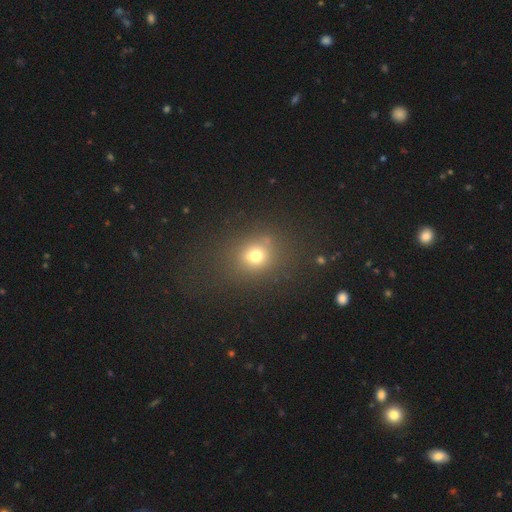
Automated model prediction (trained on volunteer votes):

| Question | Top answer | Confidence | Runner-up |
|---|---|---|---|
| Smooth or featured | smooth | 68% | star or artifact (21%) |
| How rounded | round | 72% | in between (27%) |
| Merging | none | 73% | minor disturbance (13%) |